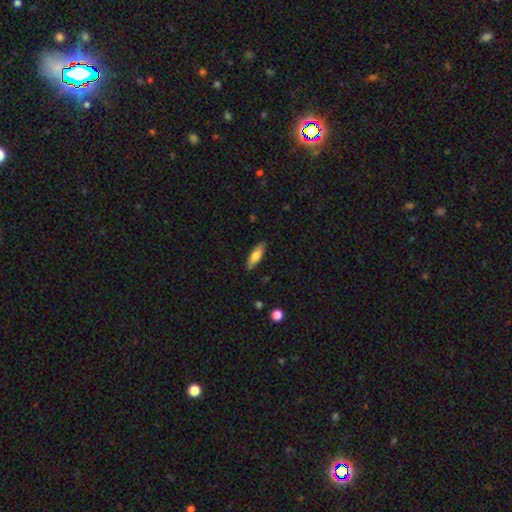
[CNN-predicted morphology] smooth 71%, featured or disk 23%, star or artifact 6%. Down the decision tree: how rounded — in between (55%); merging — none (88%).